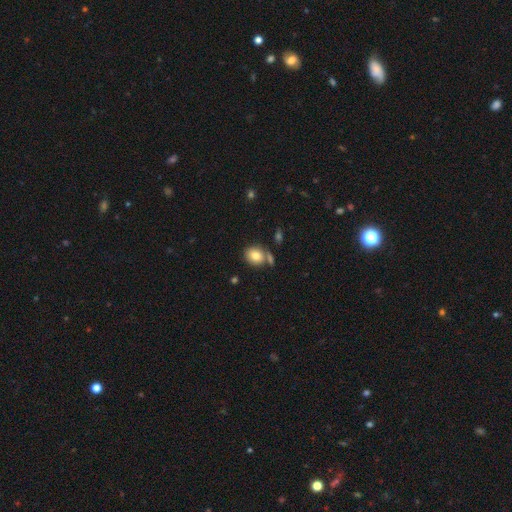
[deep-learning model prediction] smooth_or_featured: smooth (p=0.79) [alt: featured or disk p=0.11]
how_rounded: round (p=0.53) [alt: in between p=0.46]
merging: none (p=0.64) [alt: merger p=0.18]